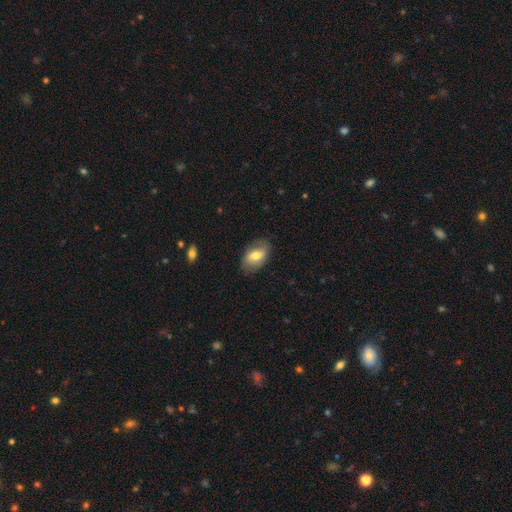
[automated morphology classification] Smooth or featured? Predicted: smooth (p=0.57). How rounded? Predicted: in between (p=0.89). Merging? Predicted: none (p=0.78).